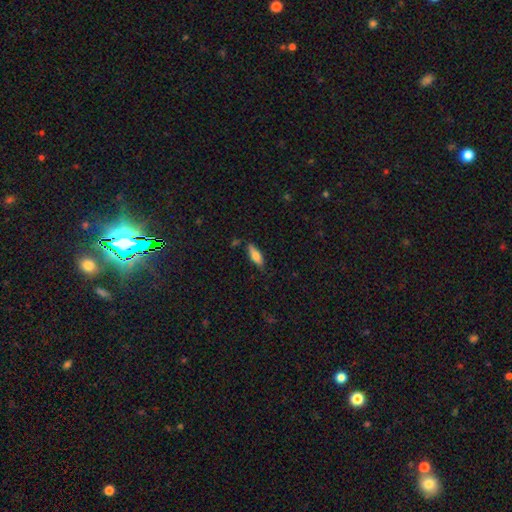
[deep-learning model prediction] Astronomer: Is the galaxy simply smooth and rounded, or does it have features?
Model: smooth — 73%.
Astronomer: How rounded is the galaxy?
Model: in between — 56% (runner-up: cigar-shaped, 42%).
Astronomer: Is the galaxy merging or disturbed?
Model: none — 75%.